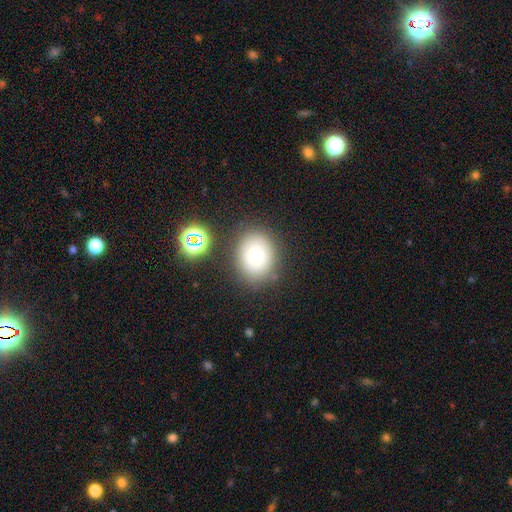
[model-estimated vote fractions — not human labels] Smooth or featured?
  - smooth: 77% *
  - star or artifact: 12%
  - featured or disk: 11%
How rounded?
  - round: 55% *
  - in between: 44%
  - cigar-shaped: 1%
Merging?
  - none: 78% *
  - minor disturbance: 13%
  - merger: 5%
  - major disturbance: 4%